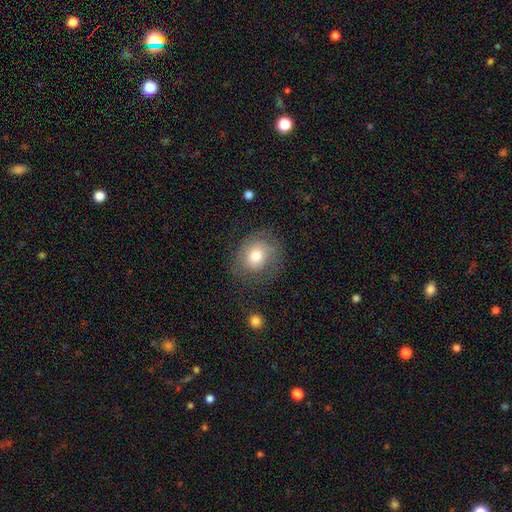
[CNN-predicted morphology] Smooth or featured? smooth (67%)
How rounded? round (69%)
Merging? none (66%)